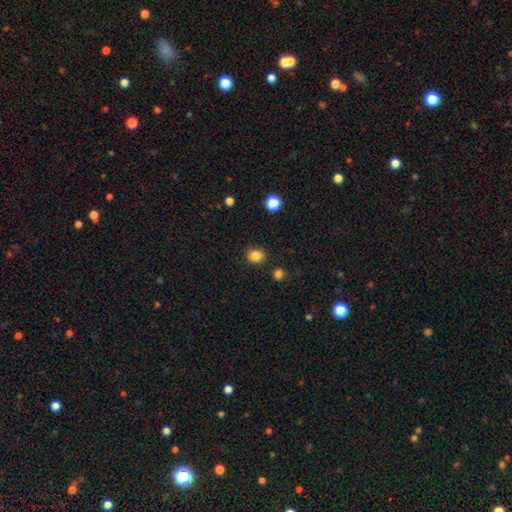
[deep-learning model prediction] A smooth galaxy with no disk features (84%) that is round (77%). Merging: none (89%).